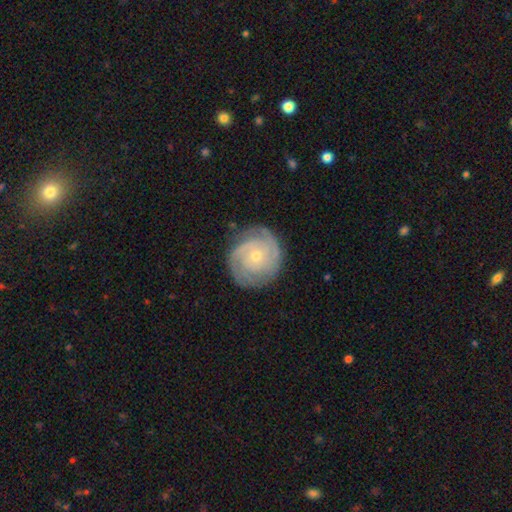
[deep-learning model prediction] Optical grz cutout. It shows a featured or disk galaxy (82%) with no bar (77%), 2 (38%) tight (73%) spiral arms (95%) and a small central bulge (71%). Merging: none (81%).